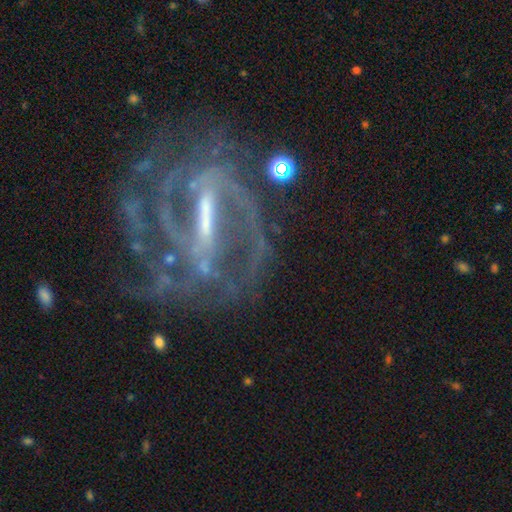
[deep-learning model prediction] A featured or disk galaxy (88%) with a strong bar (71%), 2 (41%) tight (45%) spiral arms (93%) and a small central bulge (43%).

Vote fractions:
- Smooth or featured? featured or disk: 88% / star or artifact: 8% / smooth: 4%
- Edge-on disk? no: 95% / yes: 5%
- Bar? strong: 71% / weak: 23% / no: 7%
- Spiral arms? yes: 93% / no: 7%
- Spiral winding? tight: 45% / medium: 42% / loose: 13%
- Spiral arm count? 2: 41% / can't tell: 23% / 3: 17% / 4: 8% / 1: 6% / more than 4: 6%
- Bulge size? small: 43% / moderate: 28% / none: 24% / large: 4% / dominant: 1%
- Merging? none: 61% / major disturbance: 18% / minor disturbance: 18% / merger: 3%